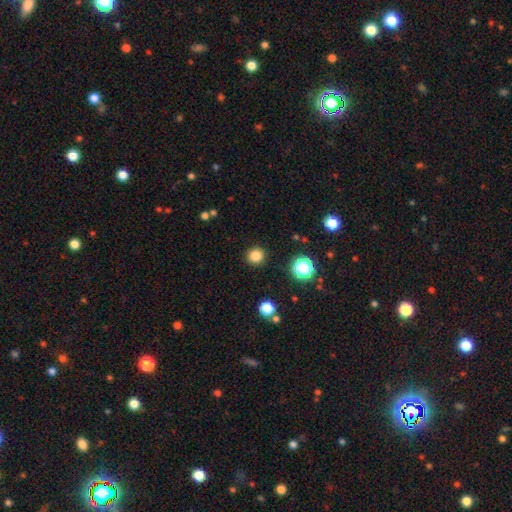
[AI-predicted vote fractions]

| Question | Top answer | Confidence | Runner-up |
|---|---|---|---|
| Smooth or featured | smooth | 82% | star or artifact (14%) |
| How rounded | round | 93% | in between (7%) |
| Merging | none | 91% | minor disturbance (6%) |